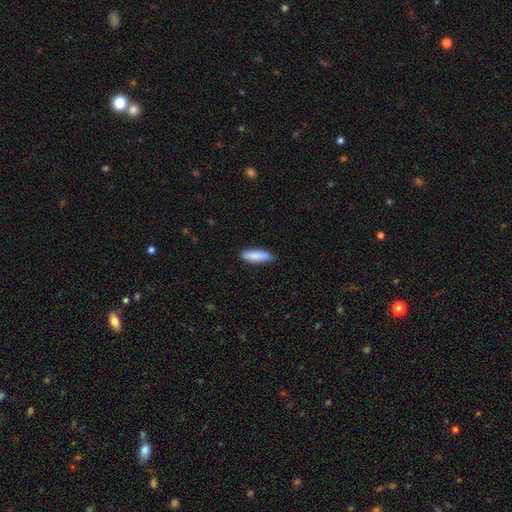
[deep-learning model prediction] Smooth or featured? smooth (85%)
How rounded? cigar-shaped (56%)
Merging? none (74%)